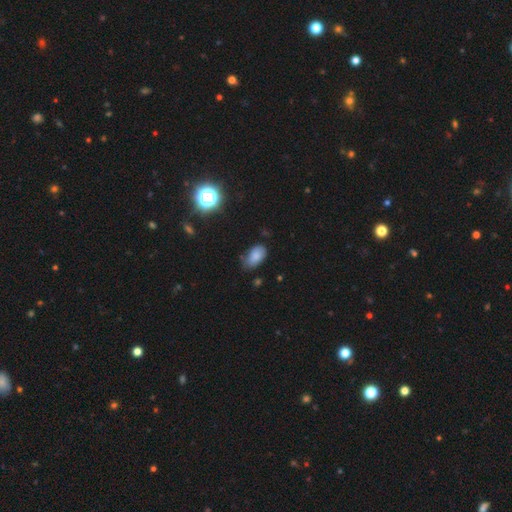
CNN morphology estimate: smooth_or_featured: smooth (p=0.79) [alt: star or artifact p=0.11]
how_rounded: in between (p=0.92) [alt: round p=0.07]
merging: none (p=0.62) [alt: minor disturbance p=0.30]